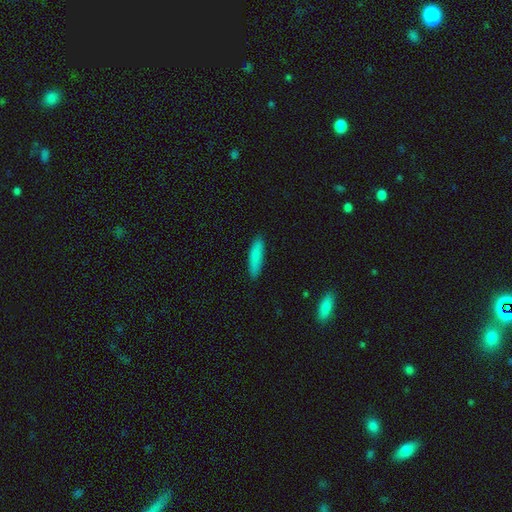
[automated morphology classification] Overall: smooth (85%). How rounded: cigar-shaped (73%). Merging: none (88%).